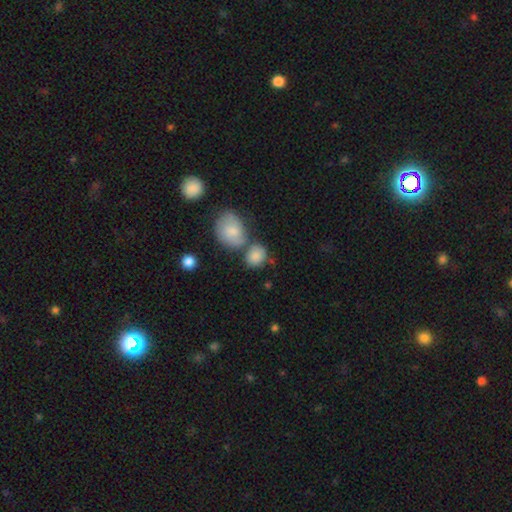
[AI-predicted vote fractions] smooth_or_featured: smooth (p=0.83) [alt: featured or disk p=0.09]
how_rounded: round (p=0.66) [alt: in between p=0.32]
merging: none (p=0.49) [alt: merger p=0.30]